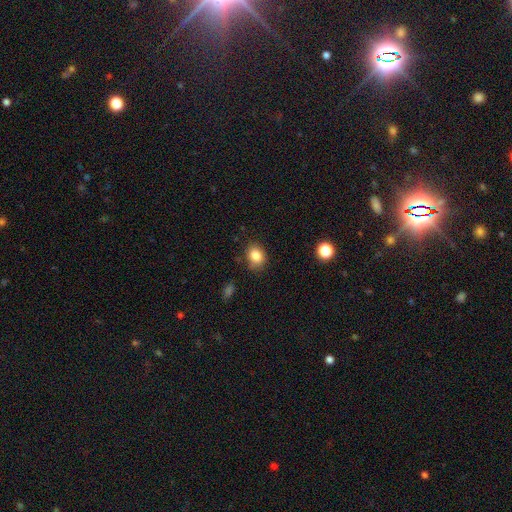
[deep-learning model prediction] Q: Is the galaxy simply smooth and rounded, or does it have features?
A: smooth — 84%.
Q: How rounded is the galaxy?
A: round — 50%.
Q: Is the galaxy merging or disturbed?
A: none — 80%.